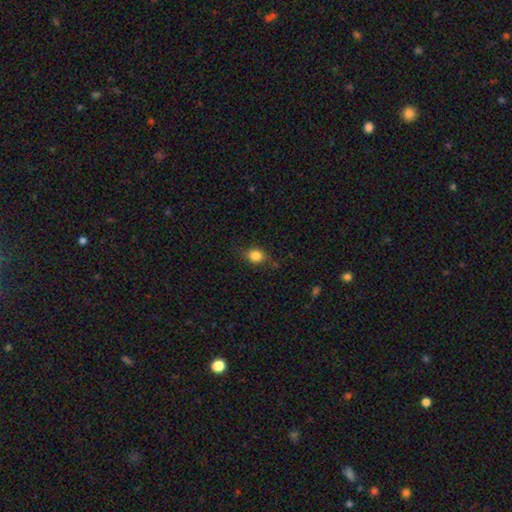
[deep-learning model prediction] This is clearly a smooth galaxy (83%). How rounded: likely round (62%). Merging: likely none (76%).